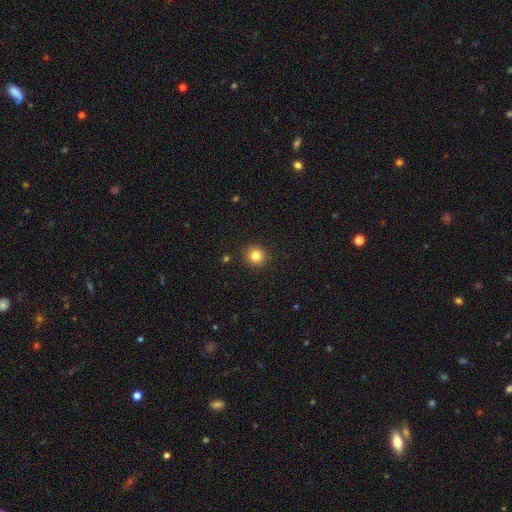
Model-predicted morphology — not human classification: The model was most divided on "smooth or featured": smooth: 82%, star or artifact: 12%, featured or disk: 6%. More confident: how rounded — round (93%); merging — none (91%).